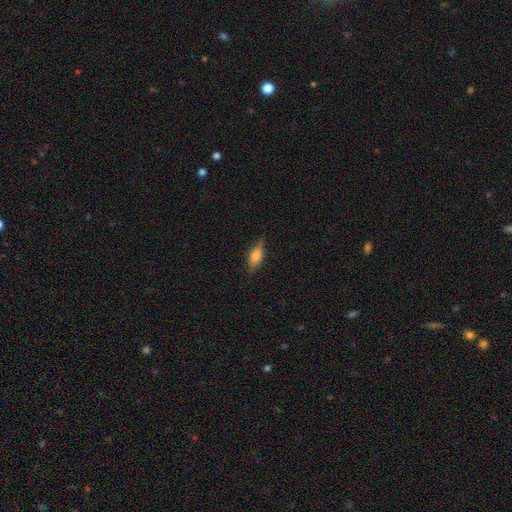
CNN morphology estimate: A smooth galaxy with no disk features (50%) that is in between round and cigar-shaped (64%). Merging: none (81%).